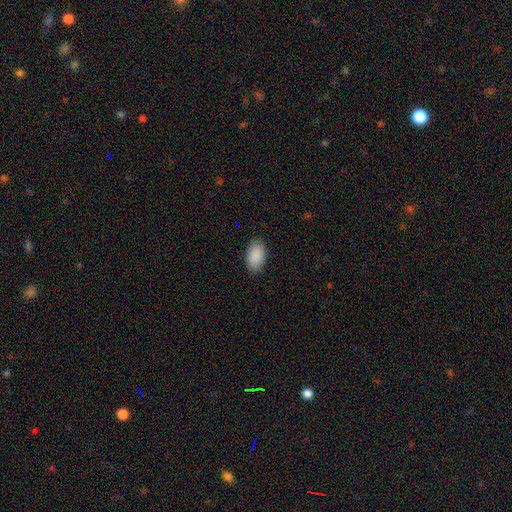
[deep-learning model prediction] Morphology: type=smooth (91%); roundness=in between (95%); merging=none (89%).